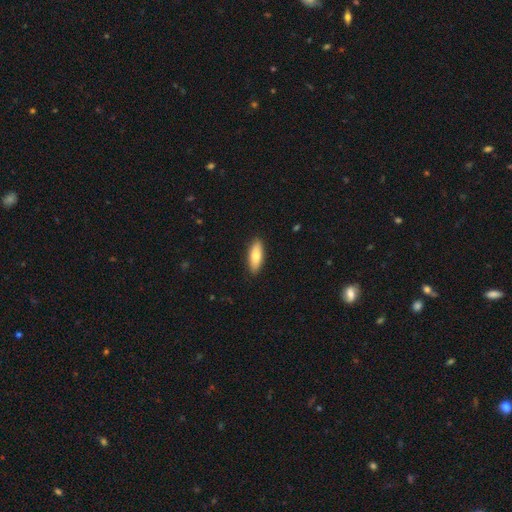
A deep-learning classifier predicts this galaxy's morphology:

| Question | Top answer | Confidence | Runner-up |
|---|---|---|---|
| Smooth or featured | smooth | 76% | featured or disk (19%) |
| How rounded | in between | 66% | cigar-shaped (31%) |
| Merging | none | 90% | minor disturbance (8%) |